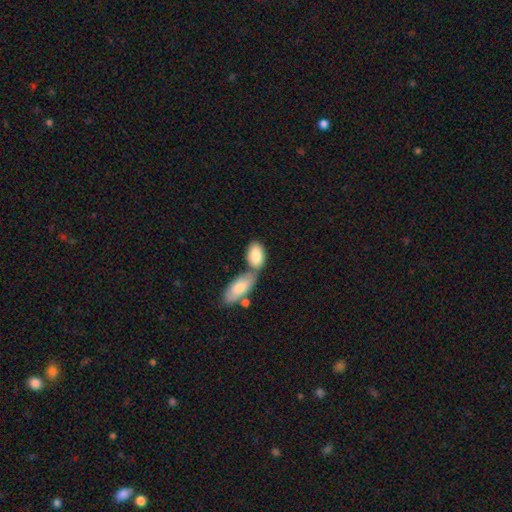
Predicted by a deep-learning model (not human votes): Smooth or featured? smooth (82%)
How rounded? in between (92%)
Merging? none (44%)